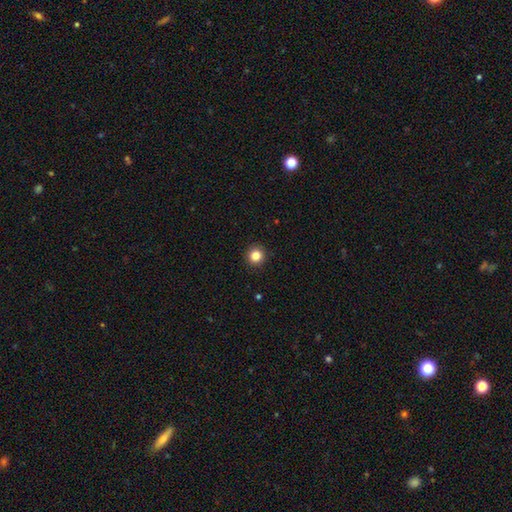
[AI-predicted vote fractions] smooth_or_featured: smooth (p=0.84) [alt: star or artifact p=0.12]
how_rounded: round (p=0.94) [alt: in between p=0.05]
merging: none (p=0.93) [alt: minor disturbance p=0.05]